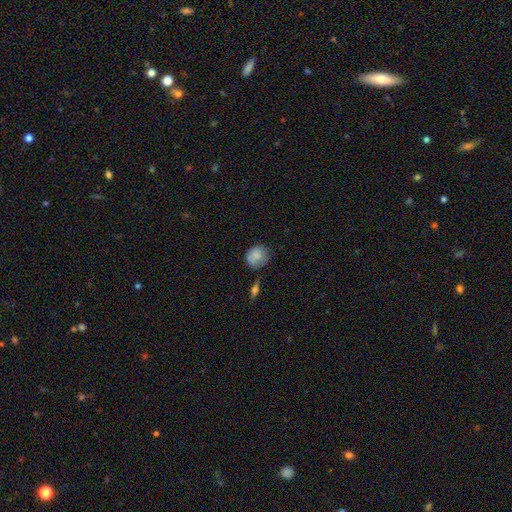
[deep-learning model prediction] A smooth galaxy with no disk features (82%) that is round (77%).

Vote fractions:
- Smooth or featured? smooth: 82% / featured or disk: 10% / star or artifact: 8%
- How rounded? round: 77% / in between: 22% / cigar-shaped: 1%
- Merging? none: 63% / minor disturbance: 27% / major disturbance: 6% / merger: 3%